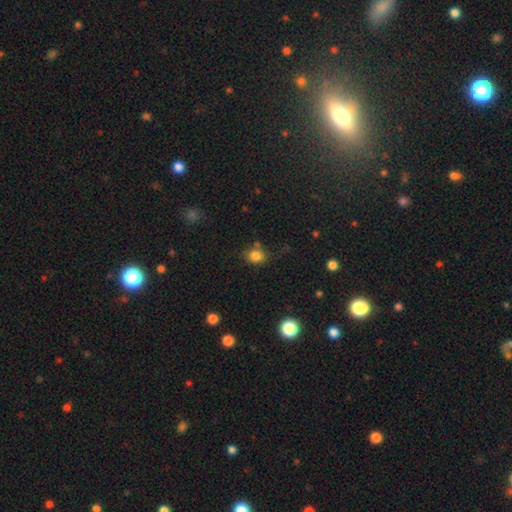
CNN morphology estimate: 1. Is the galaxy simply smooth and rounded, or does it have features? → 82% smooth, 12% star or artifact, 6% featured or disk.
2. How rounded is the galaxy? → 69% round, 30% in between, 1% cigar-shaped.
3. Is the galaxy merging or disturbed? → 71% none, 16% minor disturbance, 9% merger, 5% major disturbance.